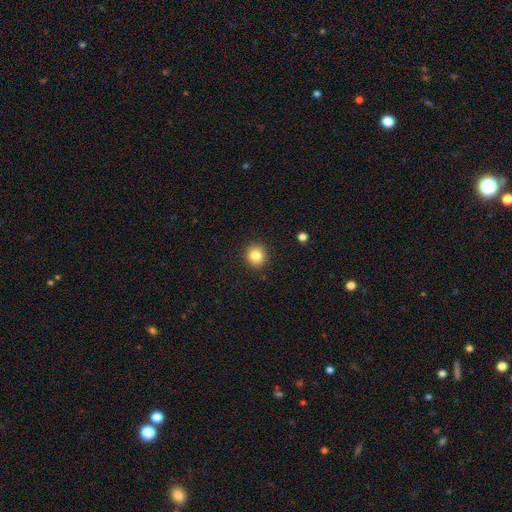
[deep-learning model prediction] Smooth or featured? smooth (83%)
How rounded? round (91%)
Merging? none (91%)